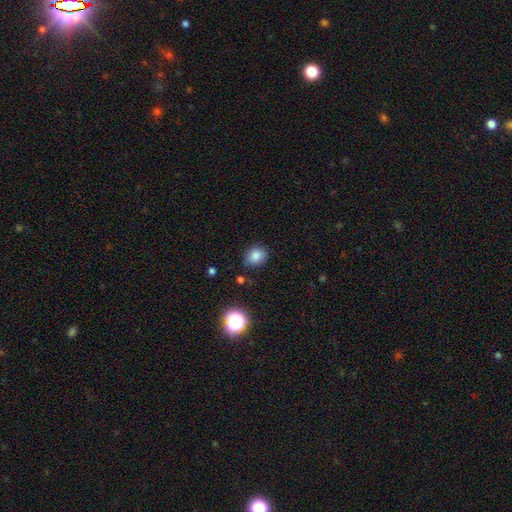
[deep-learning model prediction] Smooth or featured? smooth (82%)
How rounded? round (56%)
Merging? none (80%)